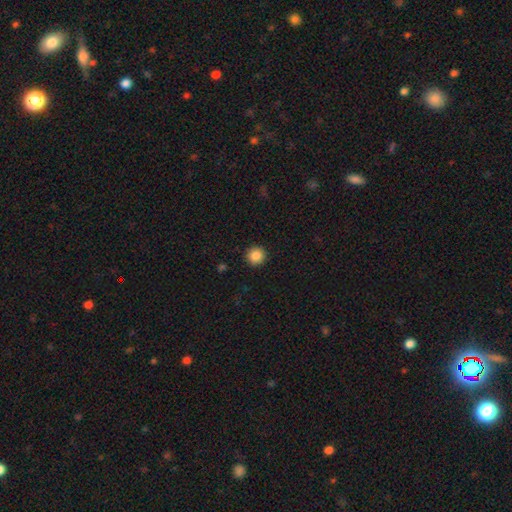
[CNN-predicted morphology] Overall: smooth (87%). How rounded: round (95%). Merging: none (93%).